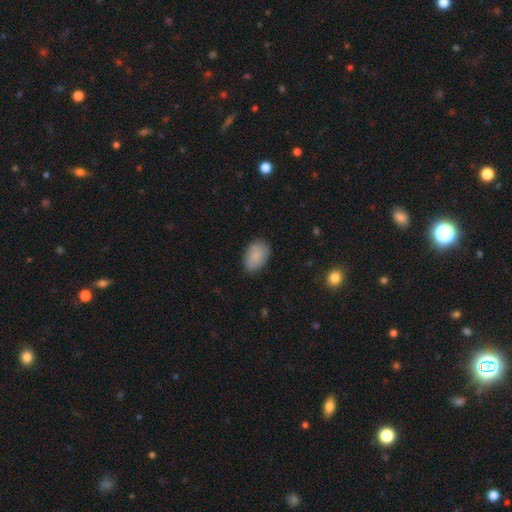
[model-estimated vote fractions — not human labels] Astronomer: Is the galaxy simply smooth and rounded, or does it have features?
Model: smooth — 86%.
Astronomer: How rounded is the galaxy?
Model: in between — 88%.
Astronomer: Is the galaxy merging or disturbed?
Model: none — 81%.